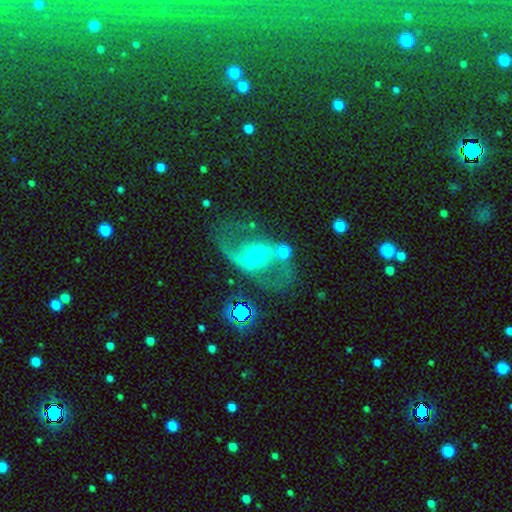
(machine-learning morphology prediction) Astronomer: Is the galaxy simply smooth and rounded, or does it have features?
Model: featured or disk — 80%.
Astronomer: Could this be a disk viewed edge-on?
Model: no — 96%.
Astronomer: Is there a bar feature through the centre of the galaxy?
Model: weak — 40% (runner-up: no, 34%).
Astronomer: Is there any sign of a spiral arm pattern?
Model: yes — 84%.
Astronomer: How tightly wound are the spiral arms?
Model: loose — 49% (runner-up: medium, 41%).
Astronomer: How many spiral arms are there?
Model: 2 — 88%.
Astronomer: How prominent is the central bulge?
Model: small — 55% (runner-up: moderate, 40%).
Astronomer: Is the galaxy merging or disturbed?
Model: none — 55%.